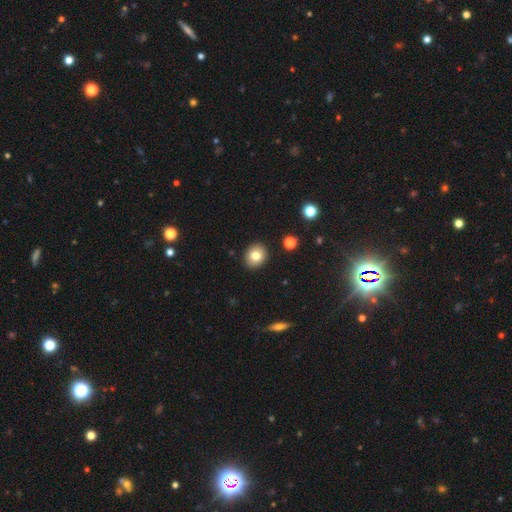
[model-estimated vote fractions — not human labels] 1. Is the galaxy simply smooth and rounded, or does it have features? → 78% smooth, 12% featured or disk, 10% star or artifact.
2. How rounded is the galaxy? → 65% round, 34% in between, 1% cigar-shaped.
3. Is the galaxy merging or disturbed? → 90% none, 7% minor disturbance, 2% major disturbance, 1% merger.